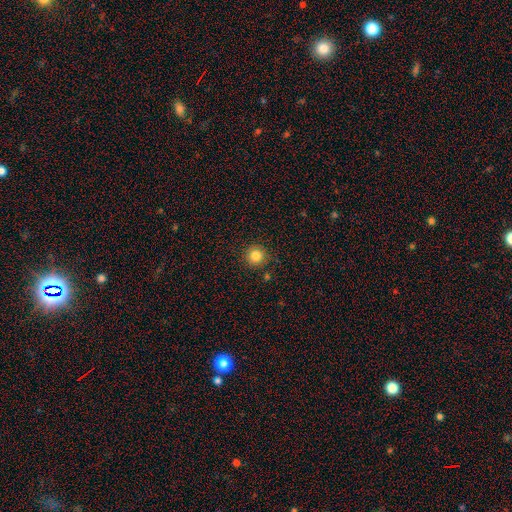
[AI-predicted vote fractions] This appears to be a smooth galaxy with no disk features (83%) that is round (95%). Merging: none (89%).